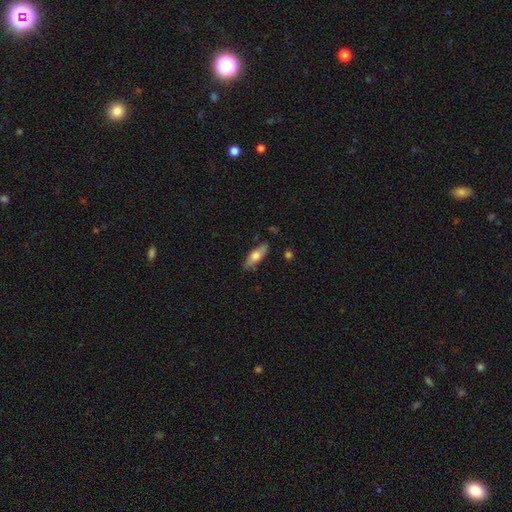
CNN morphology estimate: The model was most divided on "how rounded": in between: 62%, cigar-shaped: 35%, round: 2%. More confident: merging — none (83%); smooth or featured — smooth (66%).